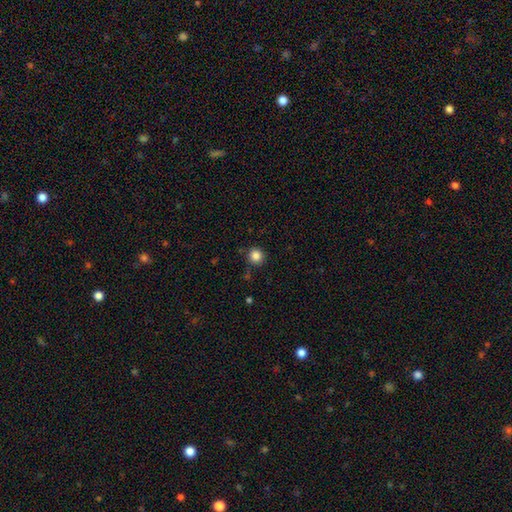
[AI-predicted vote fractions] This is clearly a smooth galaxy (86%). How rounded: clearly round (93%). Merging: clearly none (86%).